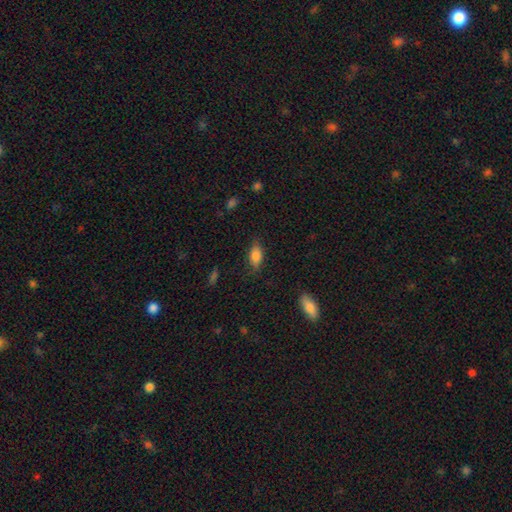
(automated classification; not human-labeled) smooth_or_featured: smooth (p=0.81) [alt: featured or disk p=0.10]
how_rounded: in between (p=0.85) [alt: cigar-shaped p=0.10]
merging: none (p=0.76) [alt: minor disturbance p=0.18]